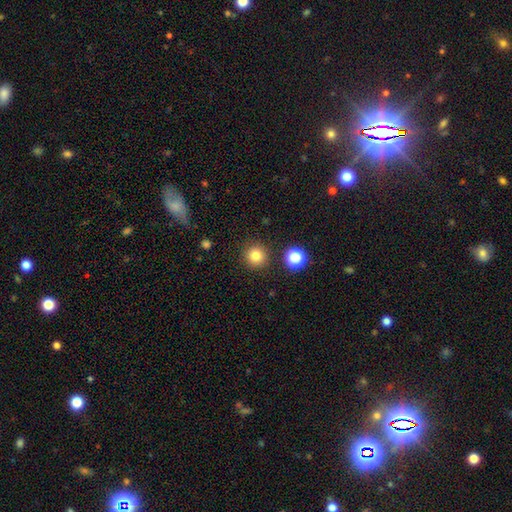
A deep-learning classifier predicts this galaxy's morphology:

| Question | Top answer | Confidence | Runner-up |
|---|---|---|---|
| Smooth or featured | smooth | 81% | star or artifact (13%) |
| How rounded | round | 94% | in between (5%) |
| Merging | none | 89% | minor disturbance (6%) |